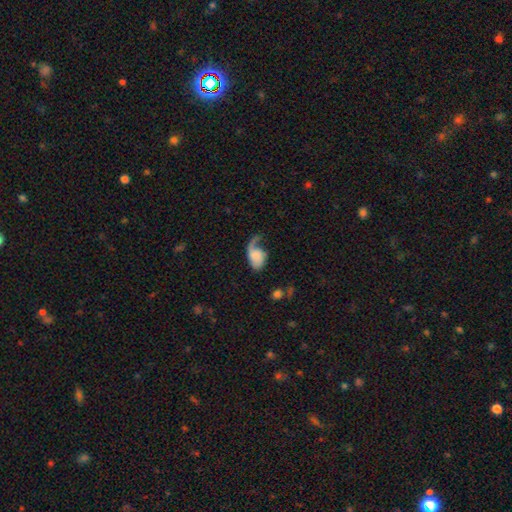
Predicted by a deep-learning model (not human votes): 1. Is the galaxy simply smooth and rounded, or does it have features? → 49% featured or disk, 43% smooth, 8% star or artifact.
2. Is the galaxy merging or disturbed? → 47% major disturbance, 27% none, 22% minor disturbance, 5% merger.